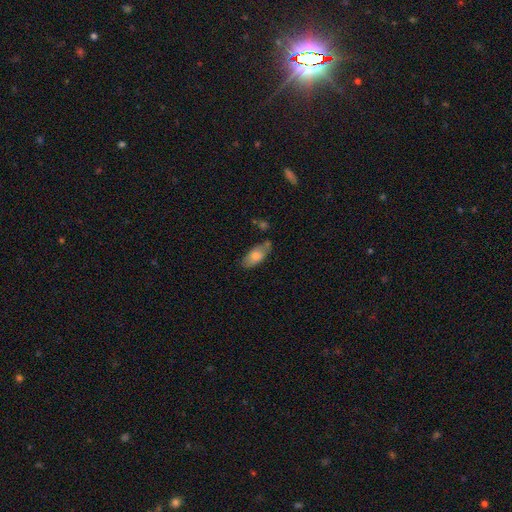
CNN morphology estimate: Overall: smooth (75%). How rounded: in between (85%). Merging: none (63%).